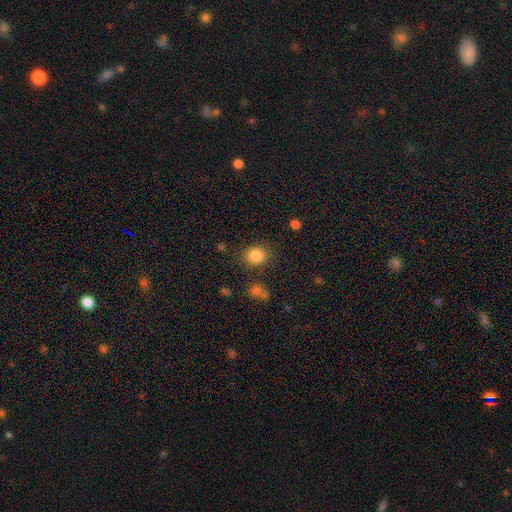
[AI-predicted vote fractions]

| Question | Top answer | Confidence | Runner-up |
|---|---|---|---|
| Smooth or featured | smooth | 84% | star or artifact (11%) |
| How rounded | round | 69% | in between (30%) |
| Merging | none | 81% | minor disturbance (11%) |